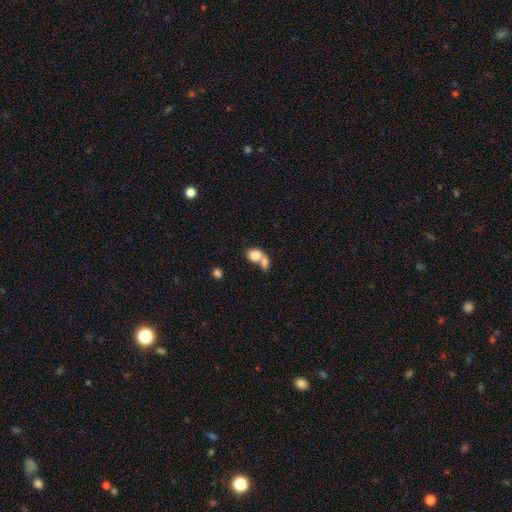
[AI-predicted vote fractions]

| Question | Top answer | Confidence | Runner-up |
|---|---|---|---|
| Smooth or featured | smooth | 81% | featured or disk (11%) |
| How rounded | in between | 57% | round (41%) |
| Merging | merger | 65% | none (22%) |